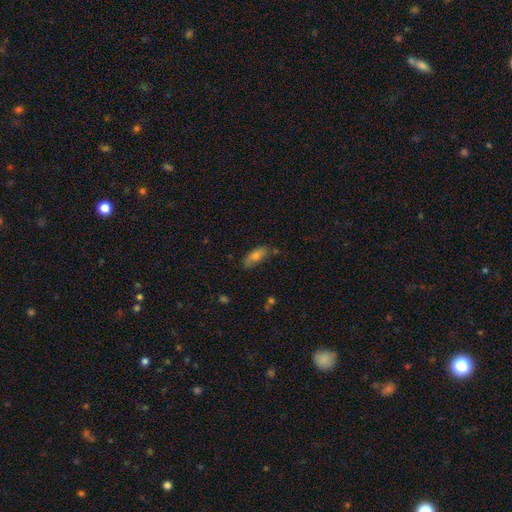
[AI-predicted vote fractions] smooth_or_featured: smooth (p=0.69) [alt: featured or disk p=0.23]
how_rounded: in between (p=0.68) [alt: cigar-shaped p=0.28]
merging: none (p=0.64) [alt: minor disturbance p=0.25]